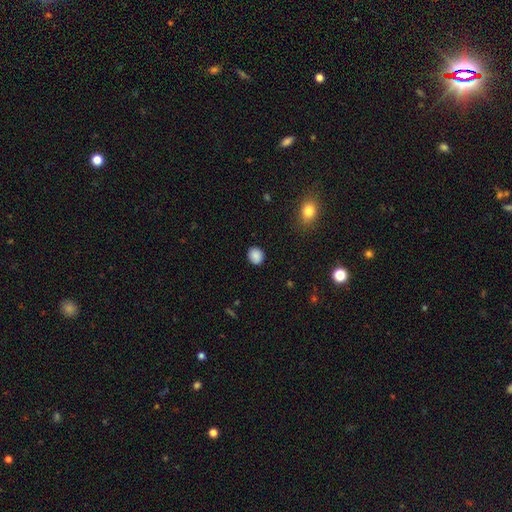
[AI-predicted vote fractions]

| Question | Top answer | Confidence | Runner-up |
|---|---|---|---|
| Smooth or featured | smooth | 88% | star or artifact (9%) |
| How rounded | round | 72% | in between (27%) |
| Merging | none | 88% | minor disturbance (8%) |